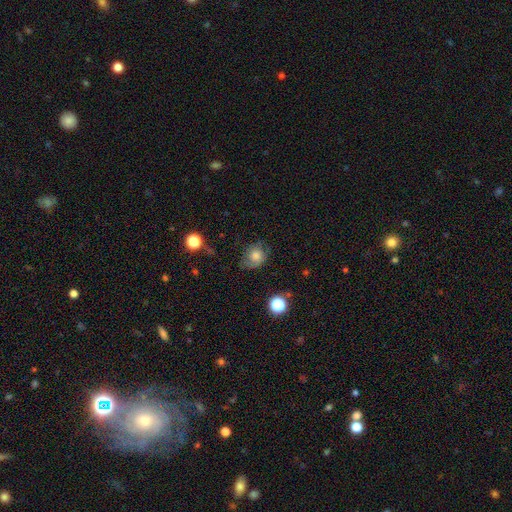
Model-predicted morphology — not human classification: Overall: smooth (65%). How rounded: round (67%; in between 32%). Merging: none (62%; minor disturbance 25%).